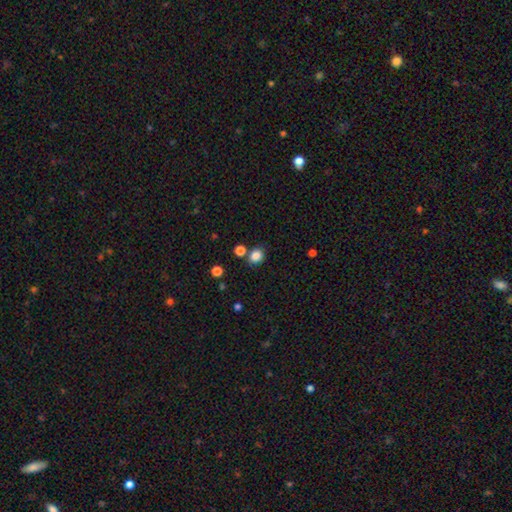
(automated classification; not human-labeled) The model was most divided on "how rounded": round: 64%, in between: 35%, cigar-shaped: 1%. More confident: smooth or featured — smooth (84%); merging — none (73%).